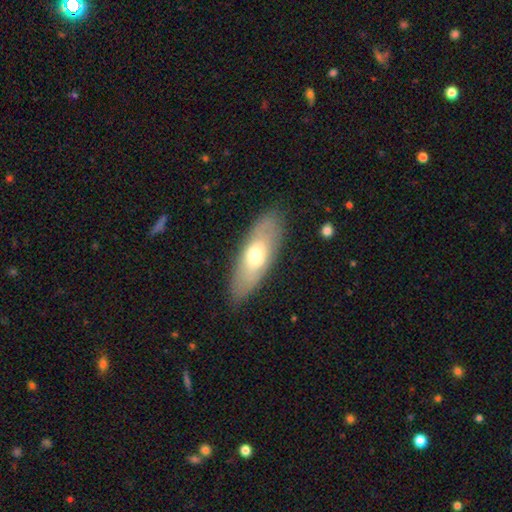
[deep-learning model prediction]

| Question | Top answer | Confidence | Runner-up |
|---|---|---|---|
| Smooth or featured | smooth | 56% | featured or disk (37%) |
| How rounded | in between | 71% | cigar-shaped (26%) |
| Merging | none | 83% | minor disturbance (12%) |